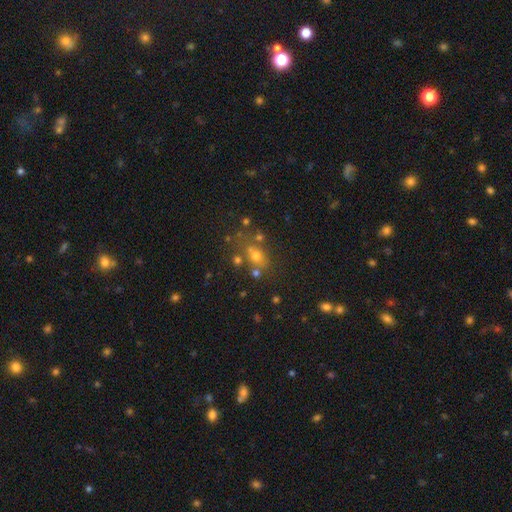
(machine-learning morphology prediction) Smooth or featured: smooth — 57% (star or artifact — 25%)
How rounded: round — 53% (in between — 44%)
Merging: none — 54% (merger — 24%)